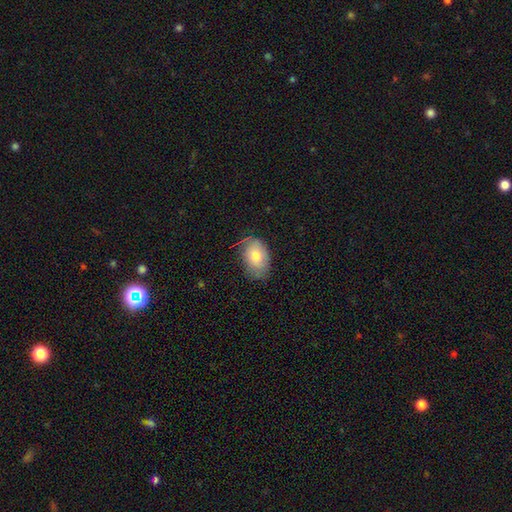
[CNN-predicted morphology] Q: Smooth or featured?
A: smooth (73%); runner-up: featured or disk (20%)
Q: How rounded?
A: in between (87%); runner-up: round (11%)
Q: Merging?
A: none (67%); runner-up: minor disturbance (26%)